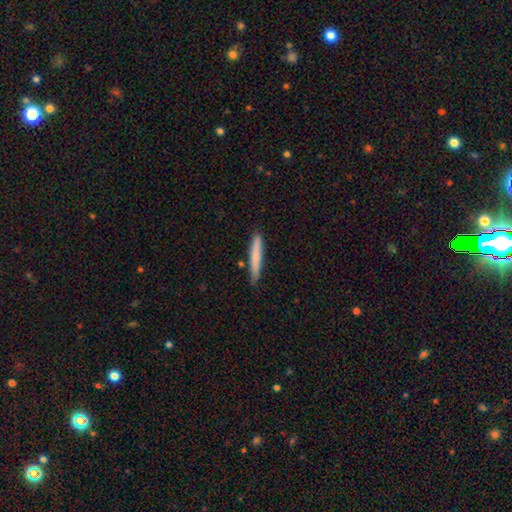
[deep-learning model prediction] A smooth galaxy with no disk features (72%) that is cigar-shaped (95%). Merging: none (85%).